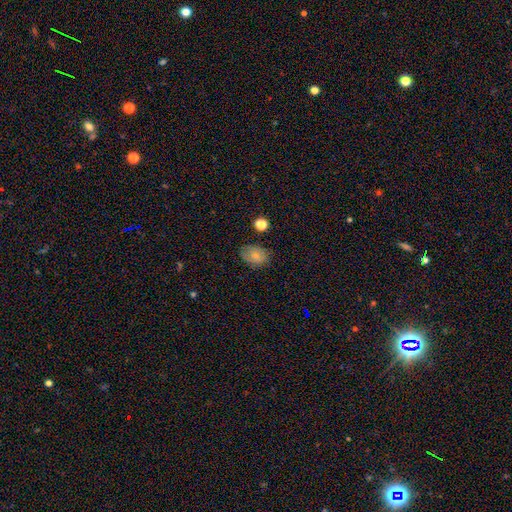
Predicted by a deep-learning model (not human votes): Morphology: type=smooth (76%); roundness=in between (73%); merging=none (78%).